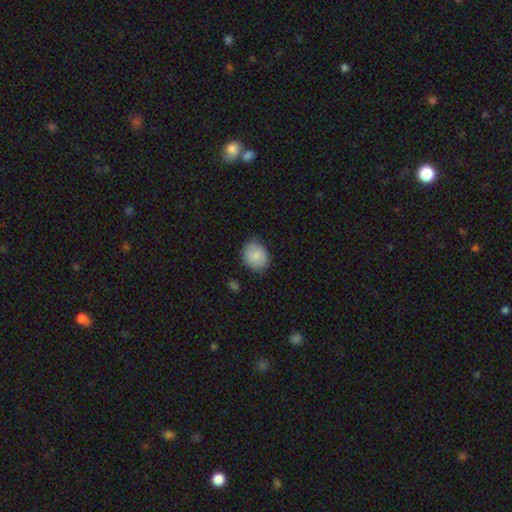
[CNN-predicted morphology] Smooth or featured? smooth (82%)
How rounded? round (54%)
Merging? none (78%)